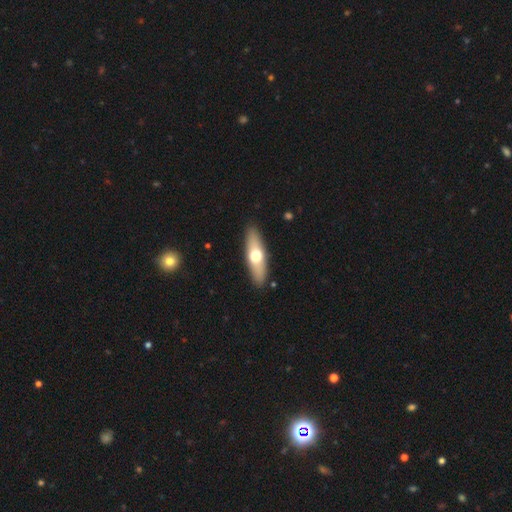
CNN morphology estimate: The model was most divided on "how rounded": cigar-shaped: 51%, in between: 46%, round: 3%. More confident: merging — none (90%); smooth or featured — smooth (55%).